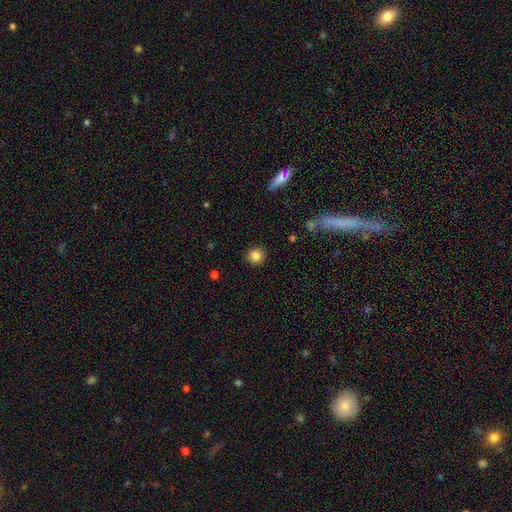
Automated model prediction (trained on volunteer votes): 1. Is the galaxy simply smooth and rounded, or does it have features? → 85% smooth, 10% star or artifact, 5% featured or disk.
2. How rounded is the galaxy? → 93% round, 6% in between, 1% cigar-shaped.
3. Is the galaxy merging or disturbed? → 91% none, 6% minor disturbance, 2% major disturbance, 1% merger.